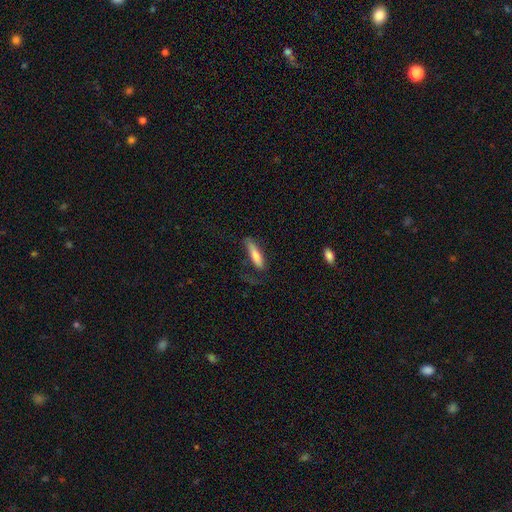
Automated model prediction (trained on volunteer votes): Smooth or featured? Predicted: smooth (p=0.73). How rounded? Predicted: cigar-shaped (p=0.69). Merging? Predicted: none (p=0.53).